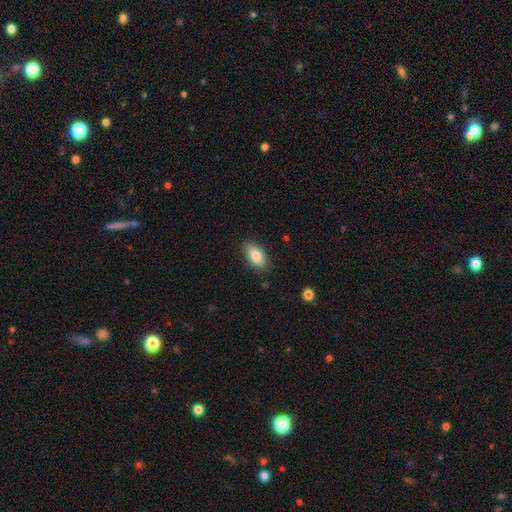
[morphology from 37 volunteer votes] A smooth galaxy with no disk features (68%) that is in between round and cigar-shaped (92%).

Vote fractions:
- Smooth or featured? smooth: 68% / featured or disk: 27% / star or artifact: 5%
- How rounded? in between: 92% / cigar-shaped: 8% / round: 0%
- Merging? none: 83% / minor disturbance: 6% / major disturbance: 6% / merger: 6%